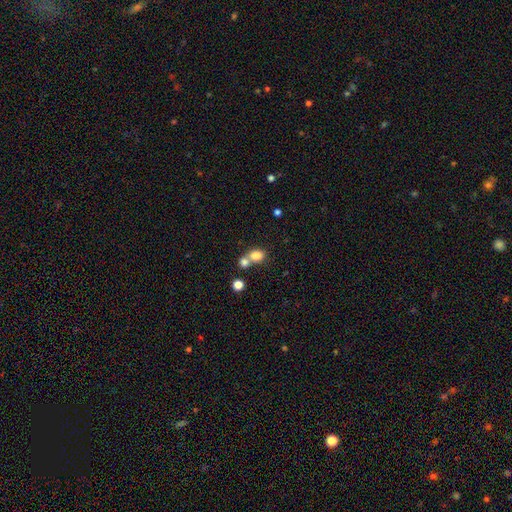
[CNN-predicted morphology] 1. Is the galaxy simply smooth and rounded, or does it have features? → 80% smooth, 11% star or artifact, 9% featured or disk.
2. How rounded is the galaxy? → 51% round, 48% in between, 1% cigar-shaped.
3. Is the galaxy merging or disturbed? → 49% merger, 40% none, 8% minor disturbance, 3% major disturbance.